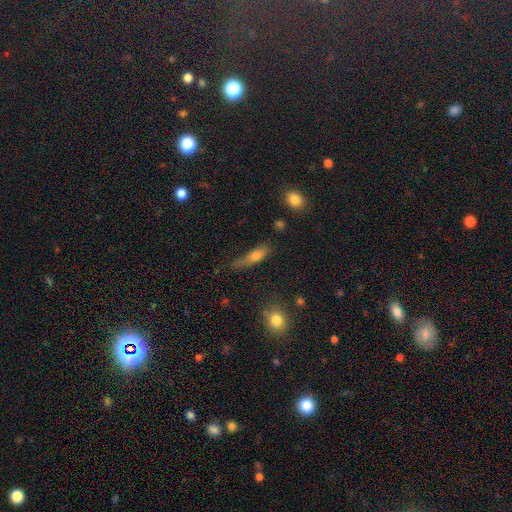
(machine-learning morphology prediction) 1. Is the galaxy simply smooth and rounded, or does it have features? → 67% smooth, 23% featured or disk, 10% star or artifact.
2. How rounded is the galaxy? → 60% cigar-shaped, 36% in between, 4% round.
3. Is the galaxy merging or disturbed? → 49% none, 32% minor disturbance, 15% major disturbance, 4% merger.